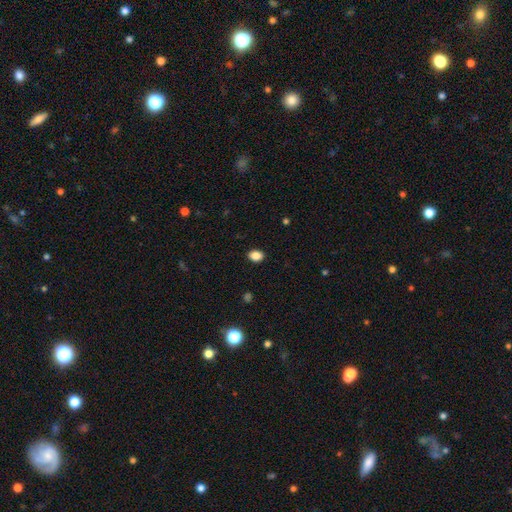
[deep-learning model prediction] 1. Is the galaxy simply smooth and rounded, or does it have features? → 87% smooth, 9% star or artifact, 4% featured or disk.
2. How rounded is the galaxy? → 70% in between, 29% round, 1% cigar-shaped.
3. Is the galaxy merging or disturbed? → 89% none, 8% minor disturbance, 2% major disturbance, 1% merger.